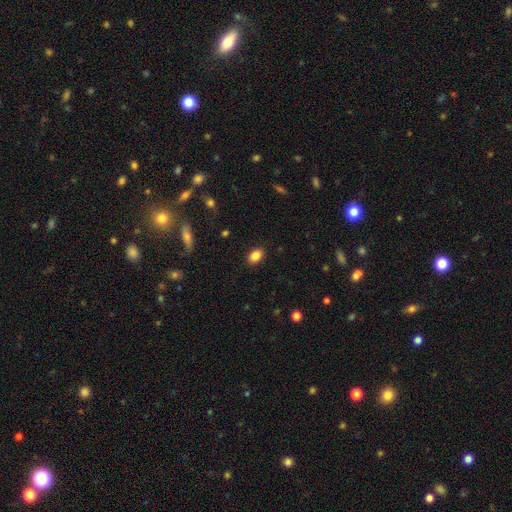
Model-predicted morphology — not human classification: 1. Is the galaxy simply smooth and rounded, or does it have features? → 86% smooth, 9% star or artifact, 5% featured or disk.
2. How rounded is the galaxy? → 83% in between, 16% round, 2% cigar-shaped.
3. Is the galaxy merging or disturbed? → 88% none, 8% minor disturbance, 2% major disturbance, 1% merger.